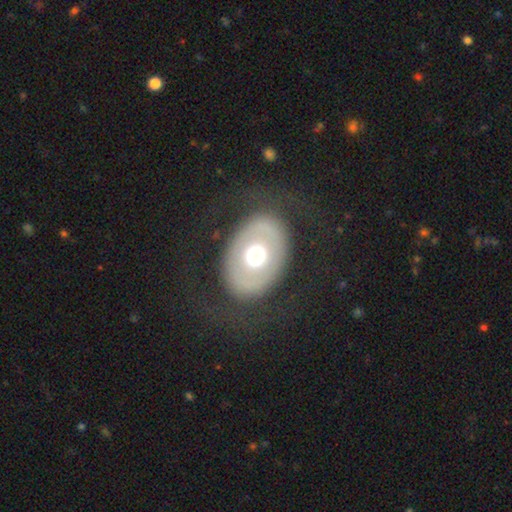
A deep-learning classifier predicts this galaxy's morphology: Overall: smooth (47%; featured or disk 46%). Merging: none (77%).